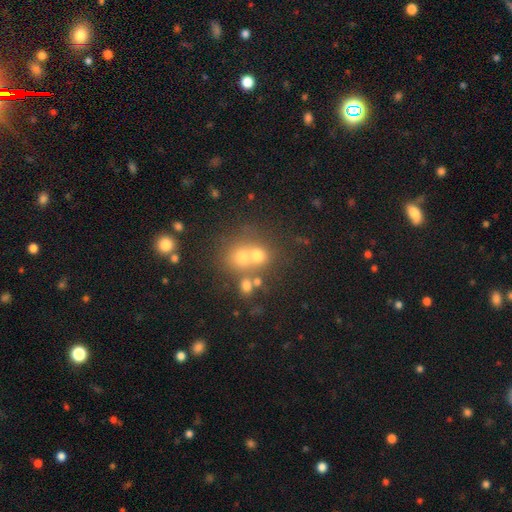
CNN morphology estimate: Smooth or featured? Predicted: smooth (p=0.61). How rounded? Predicted: round (p=0.77). Merging? Predicted: merger (p=0.51).